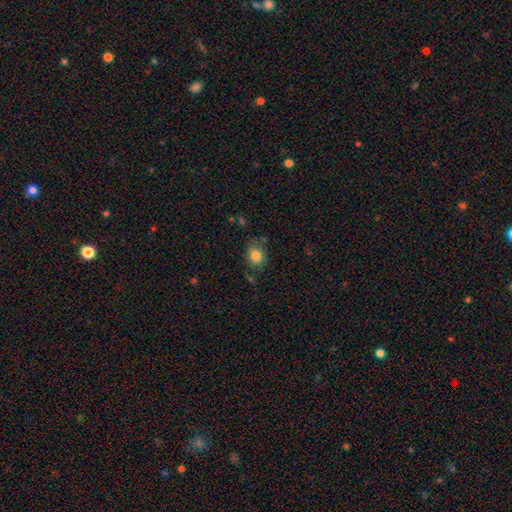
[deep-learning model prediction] This appears to be a smooth galaxy with no disk features (82%) that is round (53%). Merging: none (69%).